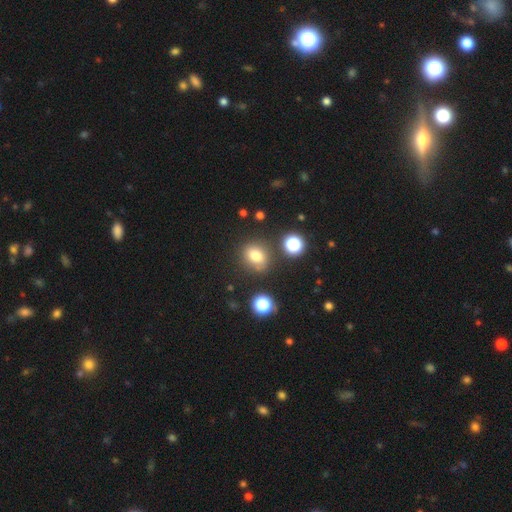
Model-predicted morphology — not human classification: Q: Smooth or featured?
A: smooth (76%); runner-up: star or artifact (16%)
Q: How rounded?
A: round (62%); runner-up: in between (37%)
Q: Merging?
A: none (75%); runner-up: minor disturbance (14%)